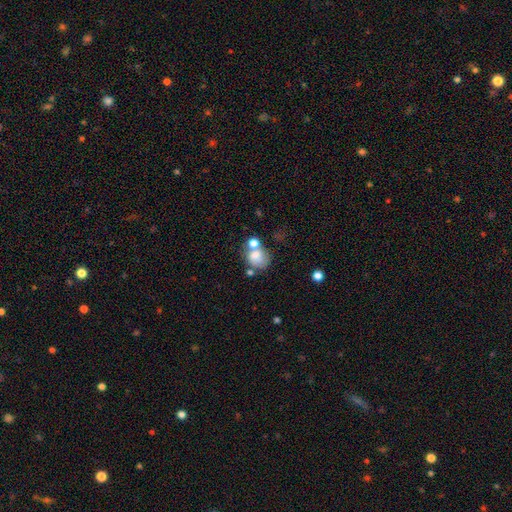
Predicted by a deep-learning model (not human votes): A smooth galaxy with no disk features (70%) that is round (58%).

Vote fractions:
- Smooth or featured? smooth: 70% / featured or disk: 19% / star or artifact: 11%
- How rounded? round: 58% / in between: 41% / cigar-shaped: 1%
- Merging? merger: 40% / none: 34% / minor disturbance: 15% / major disturbance: 11%